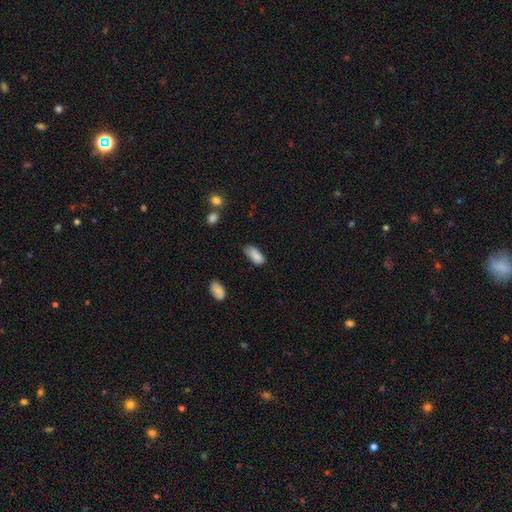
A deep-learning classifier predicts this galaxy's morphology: Smooth or featured?
  - smooth: 85% *
  - star or artifact: 8%
  - featured or disk: 8%
How rounded?
  - in between: 89% *
  - cigar-shaped: 8%
  - round: 2%
Merging?
  - none: 54% *
  - minor disturbance: 36%
  - major disturbance: 8%
  - merger: 3%